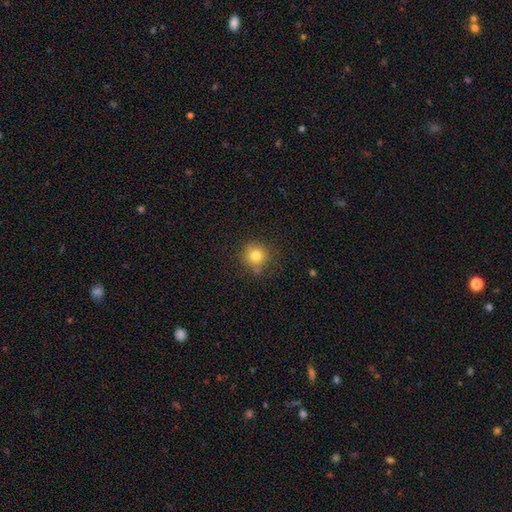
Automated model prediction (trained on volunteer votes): smooth 78%, star or artifact 13%, featured or disk 9%. Down the decision tree: how rounded — round (91%); merging — none (78%).